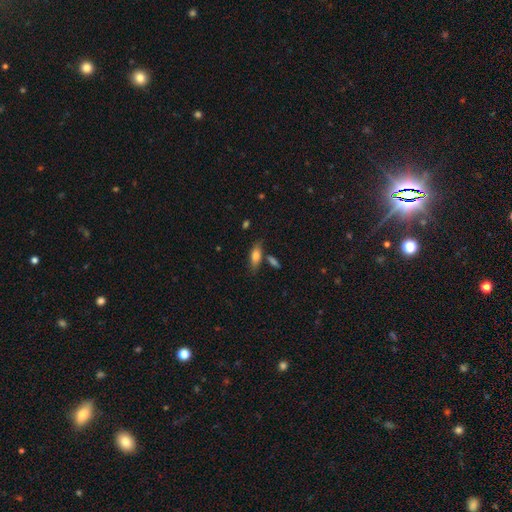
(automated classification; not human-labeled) Smooth or featured? smooth (76%)
How rounded? in between (71%)
Merging? none (69%)